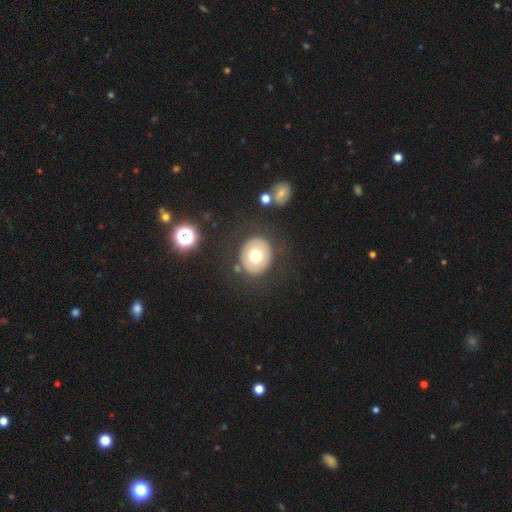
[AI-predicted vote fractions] Q: Smooth or featured?
A: smooth (65%); runner-up: featured or disk (26%)
Q: How rounded?
A: round (78%); runner-up: in between (22%)
Q: Merging?
A: none (84%); runner-up: minor disturbance (8%)